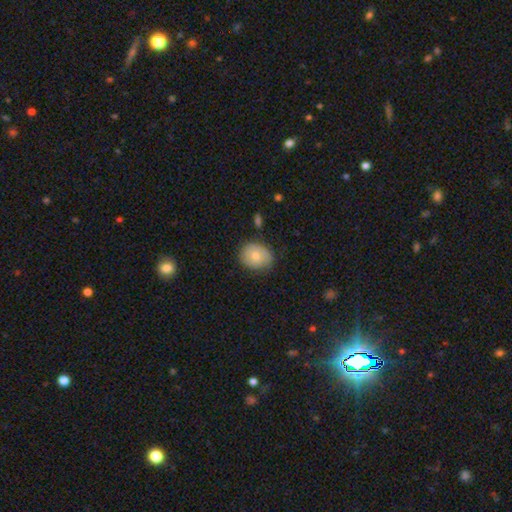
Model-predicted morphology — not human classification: Smooth or featured: smooth — 74% (featured or disk — 19%)
How rounded: round — 59% (in between — 40%)
Merging: none — 71% (minor disturbance — 22%)